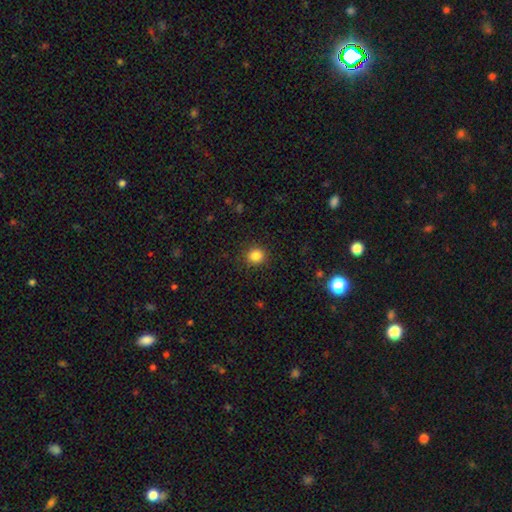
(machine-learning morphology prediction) The model was most divided on "smooth or featured": smooth: 84%, star or artifact: 11%, featured or disk: 4%. More confident: merging — none (90%); how rounded — round (86%).